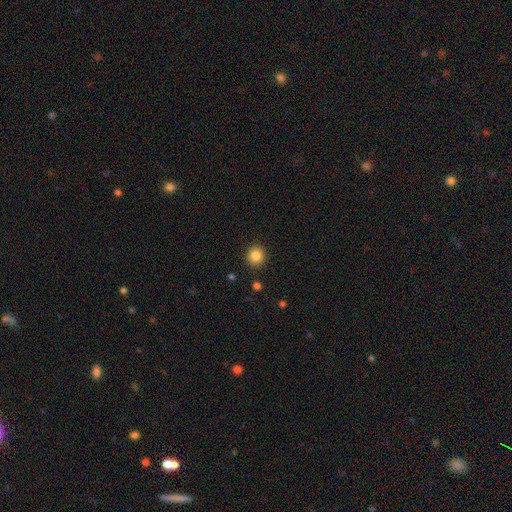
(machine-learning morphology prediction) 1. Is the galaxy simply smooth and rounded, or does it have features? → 85% smooth, 10% star or artifact, 5% featured or disk.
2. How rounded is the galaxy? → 90% round, 9% in between, 1% cigar-shaped.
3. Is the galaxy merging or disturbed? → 91% none, 6% minor disturbance, 2% major disturbance, 1% merger.